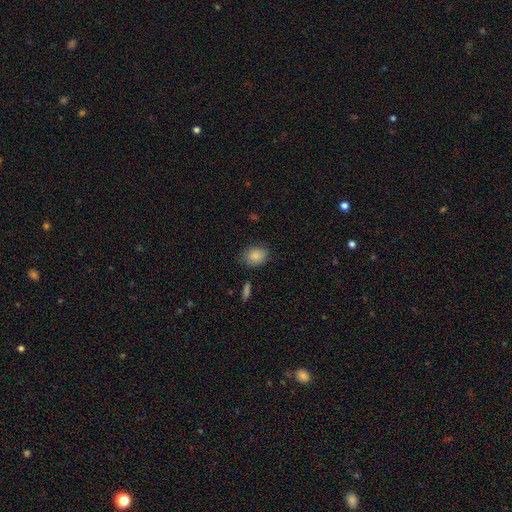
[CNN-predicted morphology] The model was most divided on "how rounded": in between: 60%, round: 39%, cigar-shaped: 1%. More confident: smooth or featured — smooth (87%); merging — none (78%).